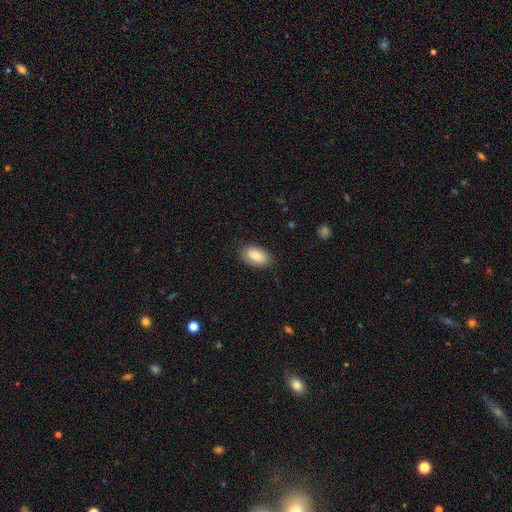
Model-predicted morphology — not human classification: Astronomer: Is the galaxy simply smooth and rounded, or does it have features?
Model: smooth — 80%.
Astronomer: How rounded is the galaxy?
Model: in between — 93%.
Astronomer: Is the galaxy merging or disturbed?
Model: none — 86%.